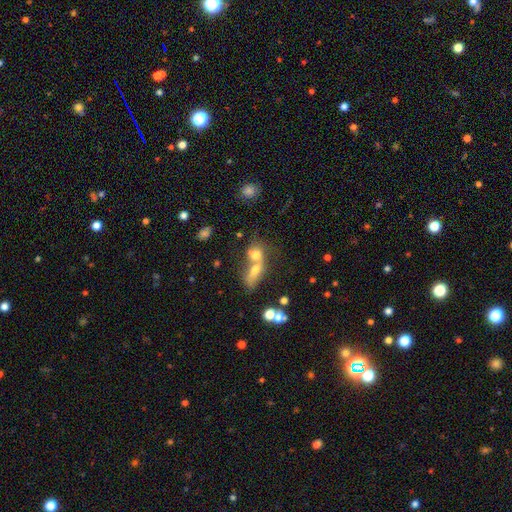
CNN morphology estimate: type=smooth (61%); roundness=in between (56%); merging=merger (73%).